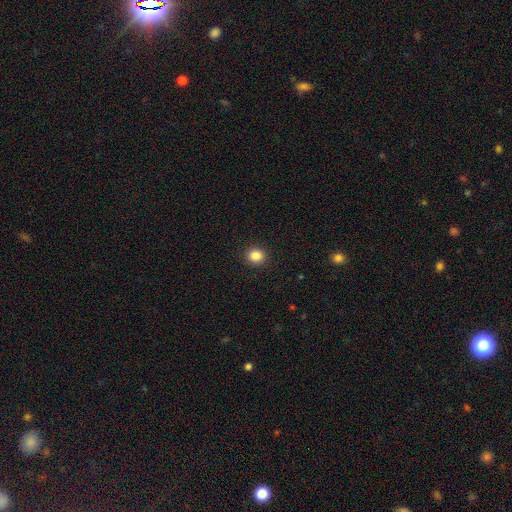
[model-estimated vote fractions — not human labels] A smooth galaxy with no disk features (86%) that is round (81%).

Vote fractions:
- Smooth or featured? smooth: 86% / star or artifact: 11% / featured or disk: 4%
- How rounded? round: 81% / in between: 18% / cigar-shaped: 1%
- Merging? none: 93% / minor disturbance: 5% / major disturbance: 2% / merger: 1%